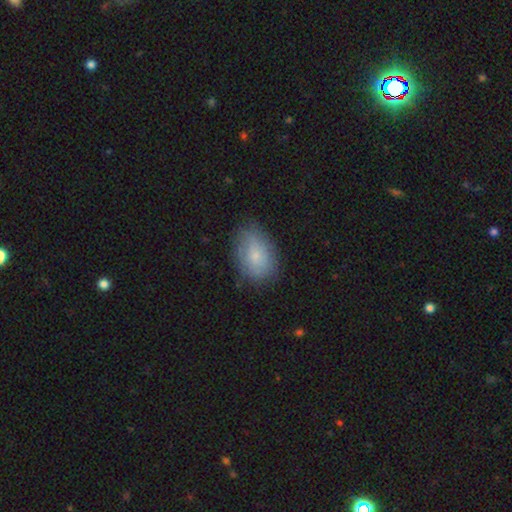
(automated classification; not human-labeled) Smooth or featured?
  - smooth: 72% *
  - featured or disk: 21%
  - star or artifact: 7%
How rounded?
  - in between: 85% *
  - round: 13%
  - cigar-shaped: 1%
Merging?
  - none: 74% *
  - minor disturbance: 20%
  - major disturbance: 5%
  - merger: 1%